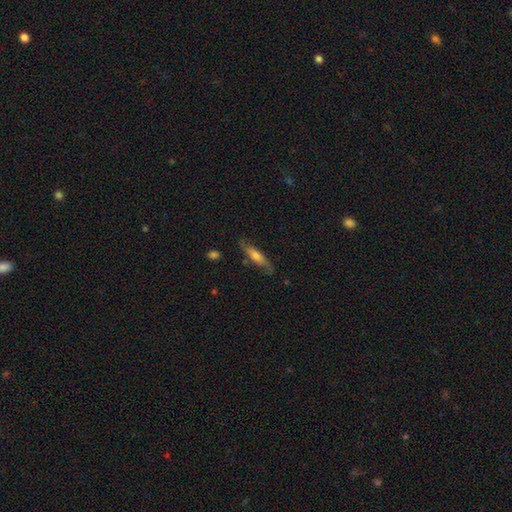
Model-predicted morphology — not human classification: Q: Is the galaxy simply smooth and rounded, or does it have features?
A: featured or disk — 47%.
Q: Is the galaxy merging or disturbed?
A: none — 76%.